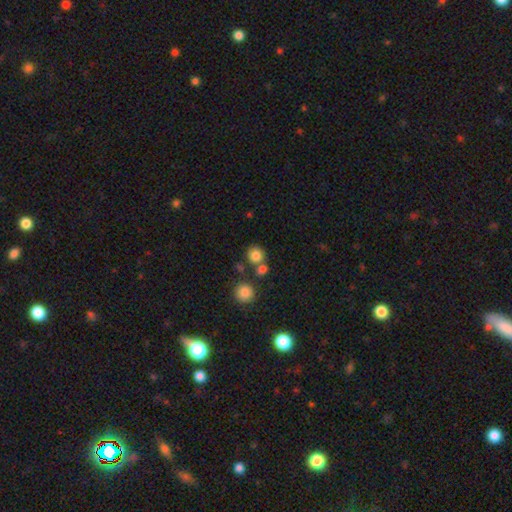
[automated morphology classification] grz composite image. It shows a smooth galaxy with no disk features (81%) that is round (86%). Merging: none (64%).